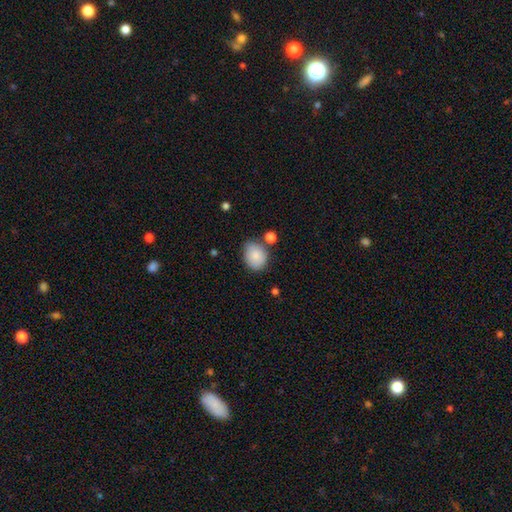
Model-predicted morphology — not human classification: Smooth or featured?
  - smooth: 85% *
  - featured or disk: 8%
  - star or artifact: 7%
How rounded?
  - in between: 53% *
  - round: 46%
  - cigar-shaped: 1%
Merging?
  - none: 65% *
  - minor disturbance: 21%
  - merger: 8%
  - major disturbance: 5%